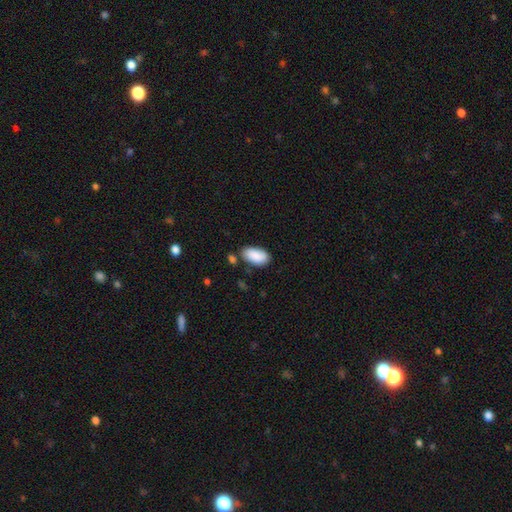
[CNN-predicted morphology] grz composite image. It shows a smooth galaxy with no disk features (89%) that is in between round and cigar-shaped (95%). Merging: none (74%).